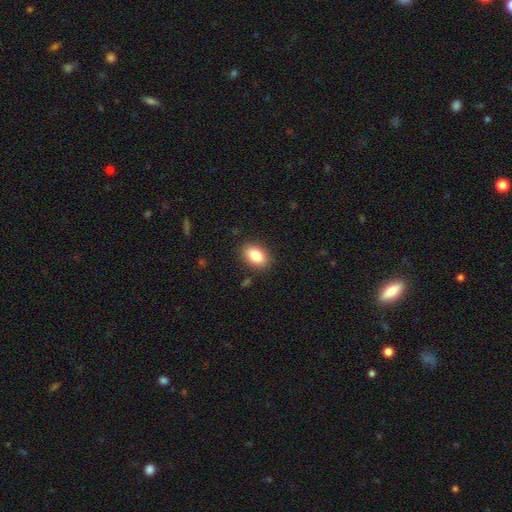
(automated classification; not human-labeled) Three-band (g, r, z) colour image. It shows a smooth galaxy with no disk features (86%) that is in between round and cigar-shaped (87%). Merging: none (87%).